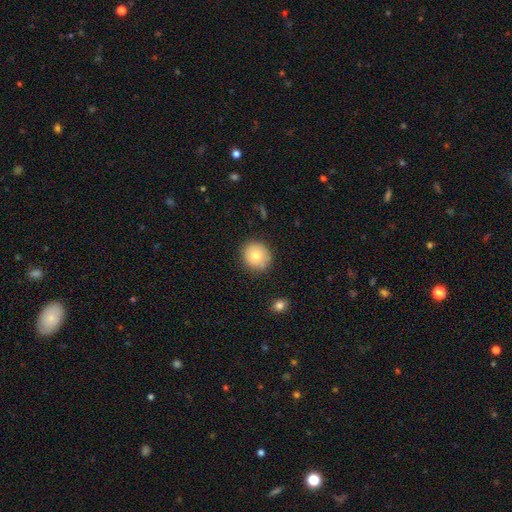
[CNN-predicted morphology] Smooth or featured? Predicted: smooth (p=0.75). How rounded? Predicted: round (p=0.89). Merging? Predicted: none (p=0.83).